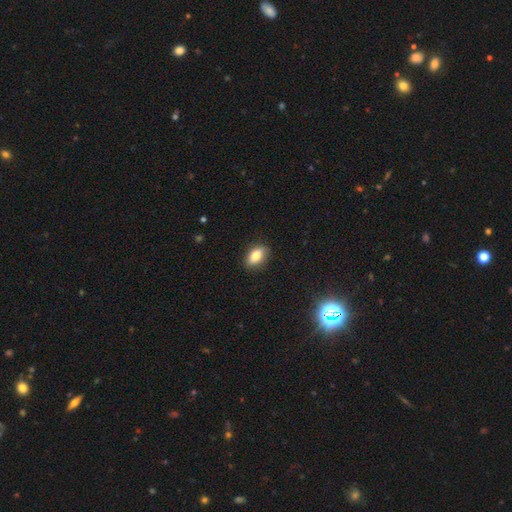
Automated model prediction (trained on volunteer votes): A smooth galaxy with no disk features (78%) that is in between round and cigar-shaped (85%).

Vote fractions:
- Smooth or featured? smooth: 78% / featured or disk: 14% / star or artifact: 8%
- How rounded? in between: 85% / round: 9% / cigar-shaped: 7%
- Merging? none: 86% / minor disturbance: 11% / major disturbance: 2% / merger: 1%